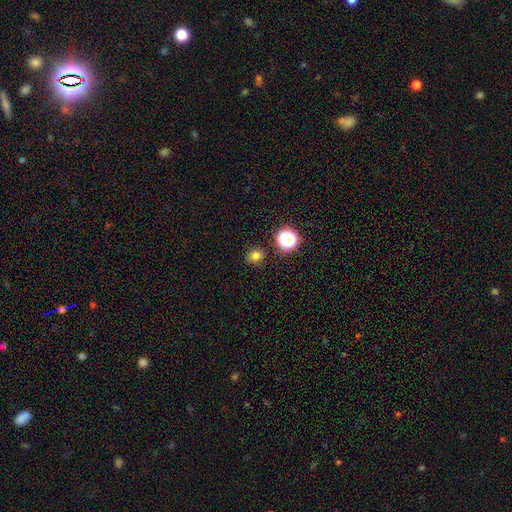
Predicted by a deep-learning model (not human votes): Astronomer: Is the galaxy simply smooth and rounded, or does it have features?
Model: smooth — 76%.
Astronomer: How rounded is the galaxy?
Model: round — 82%.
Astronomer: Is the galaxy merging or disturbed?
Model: none — 87%.